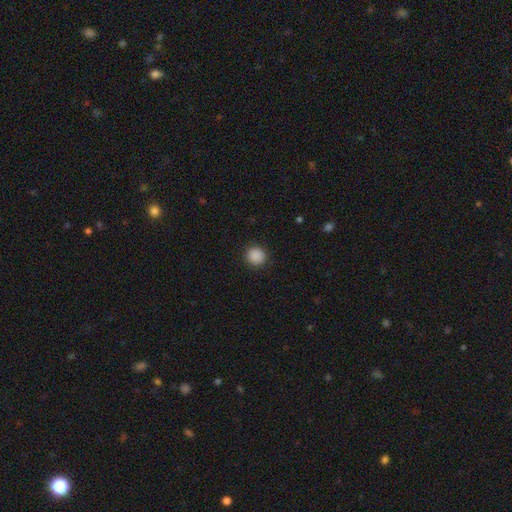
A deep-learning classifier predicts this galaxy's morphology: smooth-or-featured: smooth: 89% | star or artifact: 9% | featured or disk: 2%
  how-rounded: round: 92% | in between: 7% | cigar-shaped: 1%
  merging: none: 91% | minor disturbance: 6% | major disturbance: 2% | merger: 1%